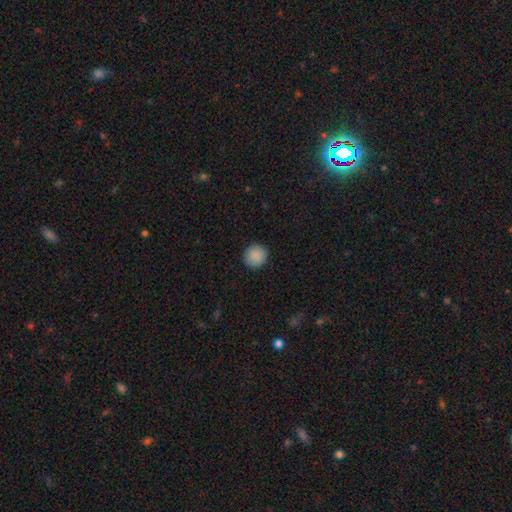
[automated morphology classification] This appears to be a smooth galaxy with no disk features (89%) that is round (94%). Merging: none (92%).